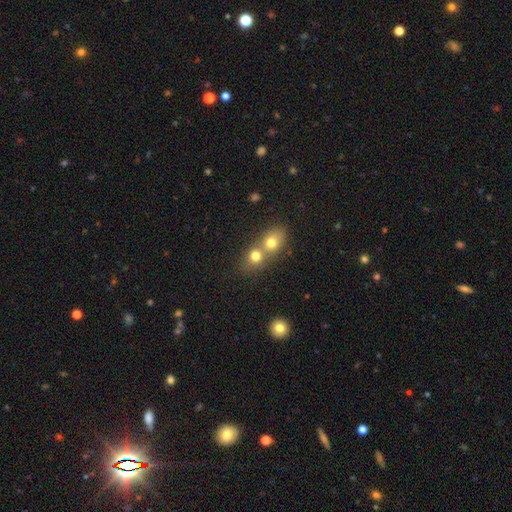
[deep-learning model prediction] smooth 75%, featured or disk 13%, star or artifact 12%. Down the decision tree: how rounded — round (68%); merging — merger (62%).